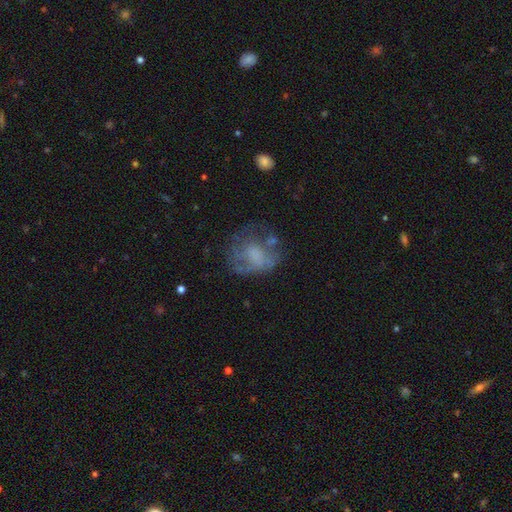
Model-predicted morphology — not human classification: smooth_or_featured: featured or disk (p=0.45) [alt: smooth p=0.42]
merging: none (p=0.44) [alt: major disturbance p=0.28]